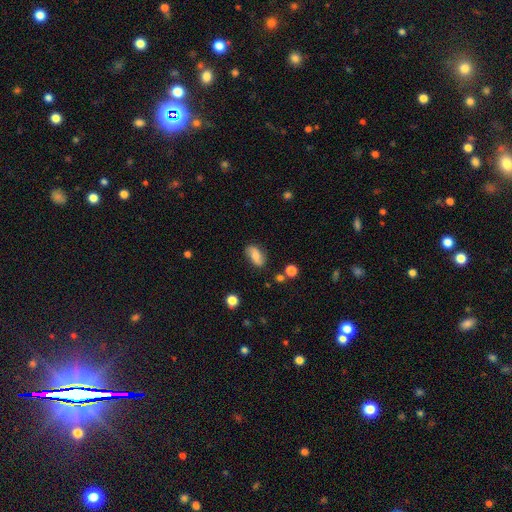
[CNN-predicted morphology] type=smooth (57%); roundness=in between (88%); merging=none (77%).